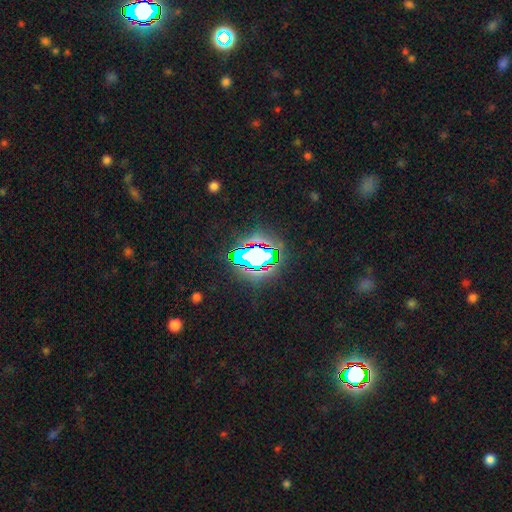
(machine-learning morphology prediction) Q: Smooth or featured?
A: star or artifact (76%); runner-up: smooth (15%)